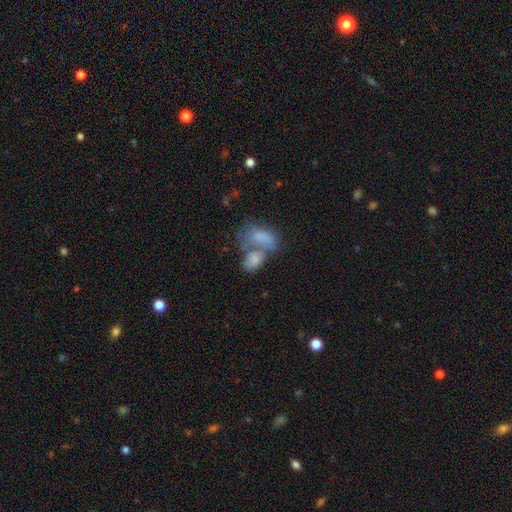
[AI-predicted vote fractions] Overall: smooth (65%). How rounded: in between (83%). Merging: merger (60%; none 23%).